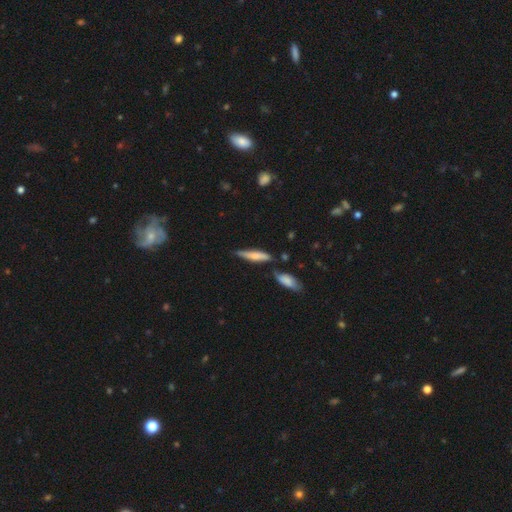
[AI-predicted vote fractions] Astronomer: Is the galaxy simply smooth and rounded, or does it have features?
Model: smooth — 60%.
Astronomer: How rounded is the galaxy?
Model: cigar-shaped — 75%.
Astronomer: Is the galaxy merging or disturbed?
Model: none — 62%.